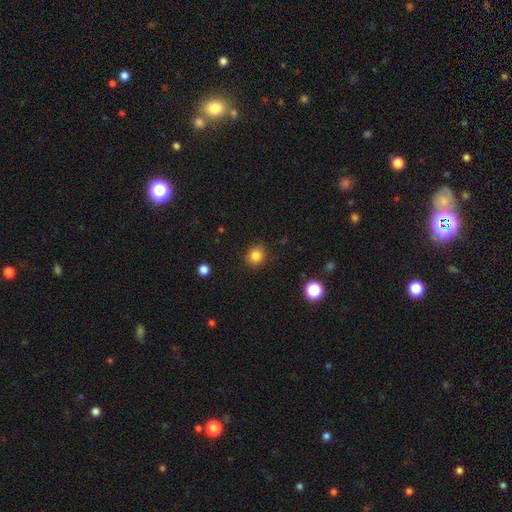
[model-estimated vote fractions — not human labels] Morphology: type=smooth (83%); roundness=round (86%); merging=none (89%).